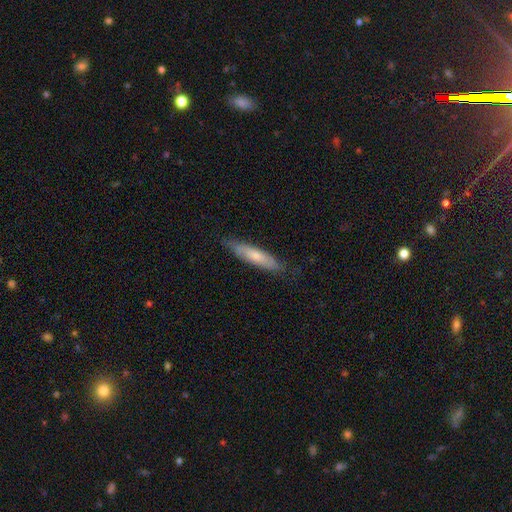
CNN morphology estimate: smooth 61%, featured or disk 34%, star or artifact 5%. Down the decision tree: how rounded — cigar-shaped (76%); merging — none (77%).